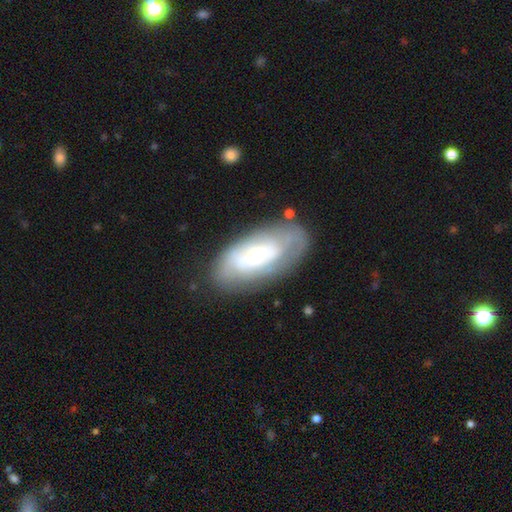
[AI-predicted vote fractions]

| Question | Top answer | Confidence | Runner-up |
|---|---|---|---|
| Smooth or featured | featured or disk | 58% | smooth (35%) |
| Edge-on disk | no | 91% | yes (9%) |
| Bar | no | 72% | weak (21%) |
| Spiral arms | yes | 58% | no (42%) |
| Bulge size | small | 68% | moderate (25%) |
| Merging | none | 64% | minor disturbance (21%) |